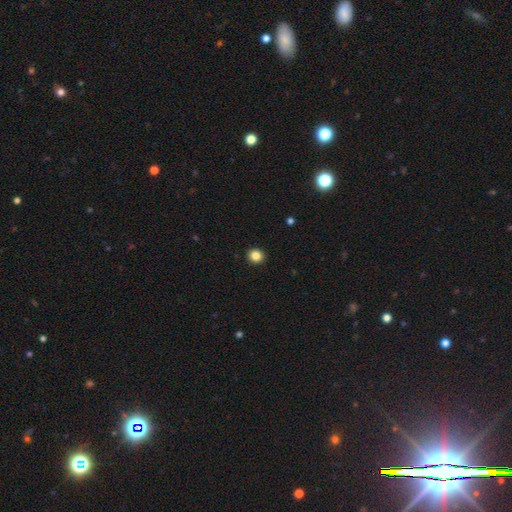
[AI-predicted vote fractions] This appears to be a smooth galaxy with no disk features (84%) that is round (86%). Merging: none (93%).